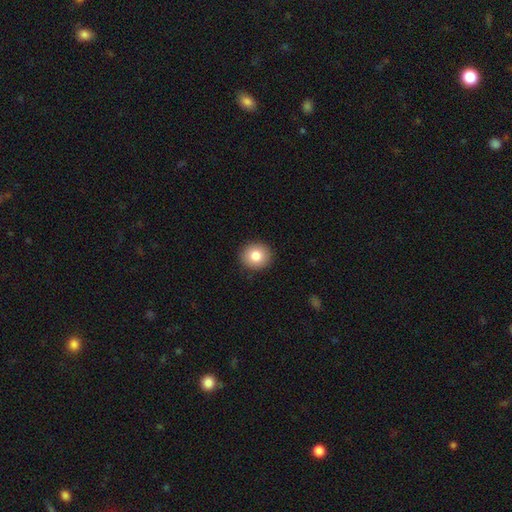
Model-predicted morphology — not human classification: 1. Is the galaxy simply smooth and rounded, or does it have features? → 83% smooth, 9% featured or disk, 9% star or artifact.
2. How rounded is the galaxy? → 86% round, 13% in between, 1% cigar-shaped.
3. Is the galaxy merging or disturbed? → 91% none, 6% minor disturbance, 2% major disturbance, 1% merger.